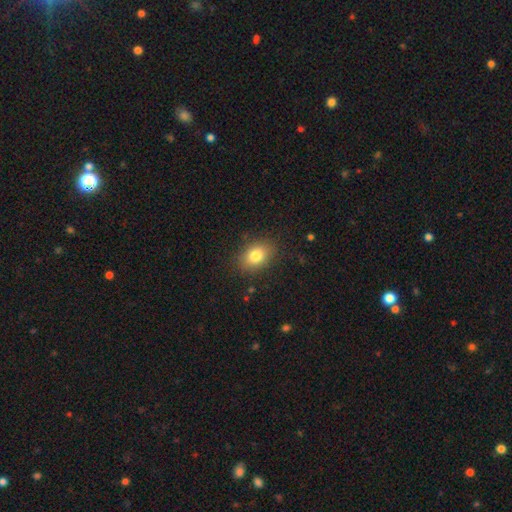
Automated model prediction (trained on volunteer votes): Smooth or featured? Predicted: smooth (p=0.81). How rounded? Predicted: in between (p=0.73). Merging? Predicted: none (p=0.85).